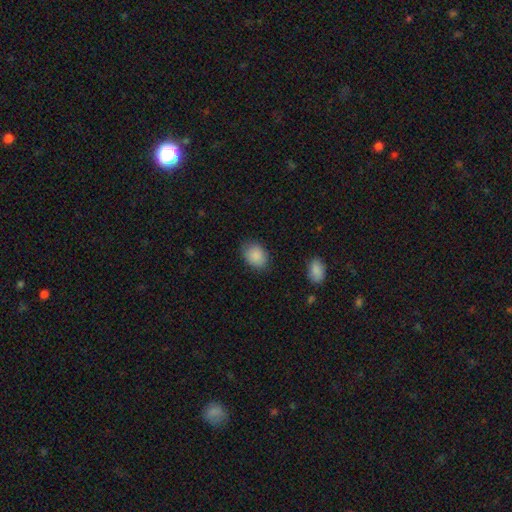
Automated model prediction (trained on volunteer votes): The model was most divided on "how rounded": in between: 63%, round: 36%, cigar-shaped: 1%. More confident: smooth or featured — smooth (88%); merging — none (80%).